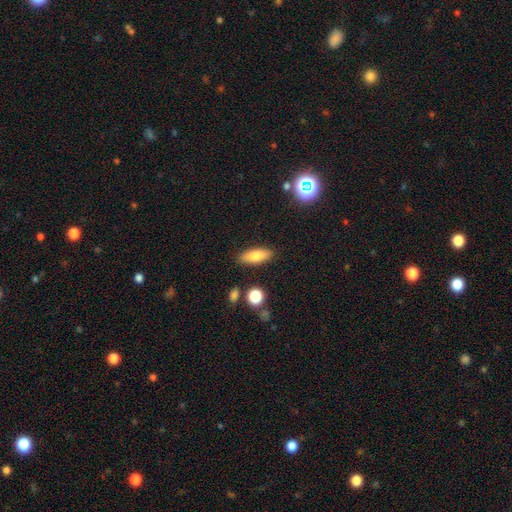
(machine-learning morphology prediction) smooth 77%, featured or disk 15%, star or artifact 8%. Down the decision tree: how rounded — in between (65%); merging — none (86%).